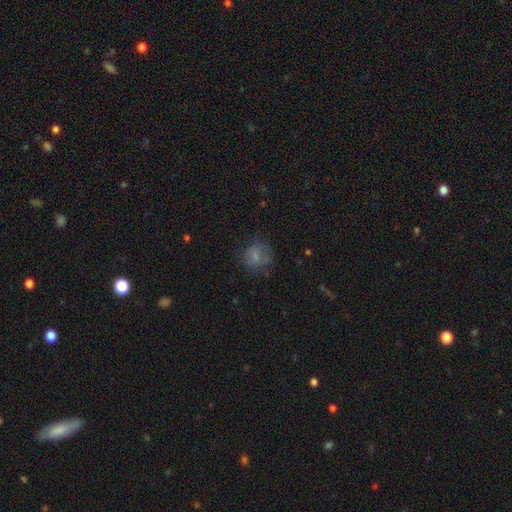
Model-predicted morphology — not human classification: Smooth or featured? Predicted: smooth (p=0.71). How rounded? Predicted: round (p=0.76). Merging? Predicted: none (p=0.63).